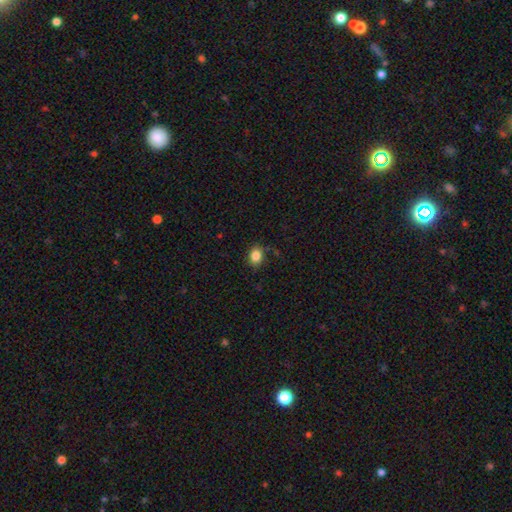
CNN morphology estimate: Smooth or featured?
  - smooth: 85% *
  - star or artifact: 10%
  - featured or disk: 6%
How rounded?
  - in between: 67% *
  - round: 31%
  - cigar-shaped: 1%
Merging?
  - none: 78% *
  - minor disturbance: 17%
  - major disturbance: 4%
  - merger: 2%